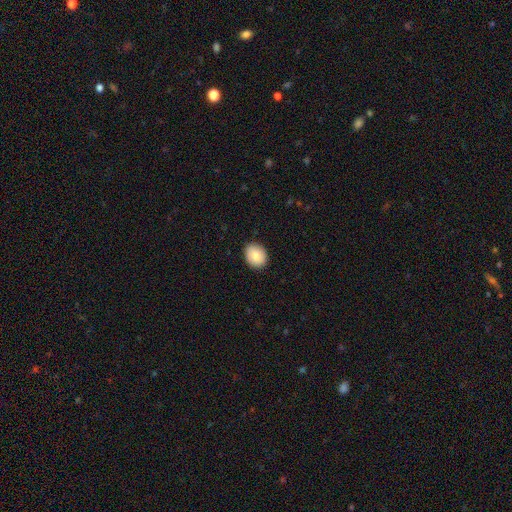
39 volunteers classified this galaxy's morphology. type=smooth (74%); roundness=round (52%); merging=none (81%).